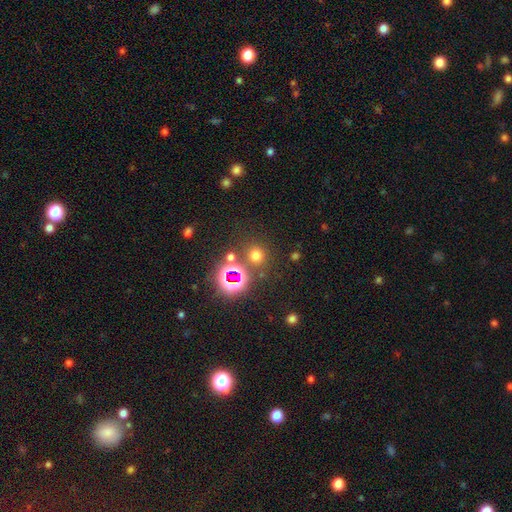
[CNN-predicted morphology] smooth-or-featured: smooth: 62% | star or artifact: 32% | featured or disk: 7%
  how-rounded: round: 90% | in between: 9% | cigar-shaped: 1%
  merging: none: 80% | merger: 8% | minor disturbance: 8% | major disturbance: 4%